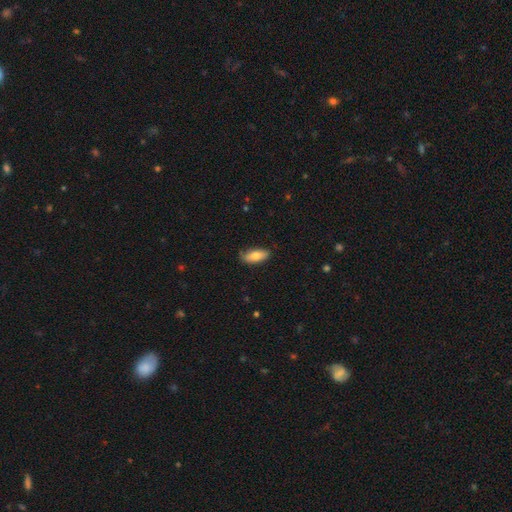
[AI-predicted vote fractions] Morphology: type=smooth (78%); roundness=in between (81%); merging=none (79%).